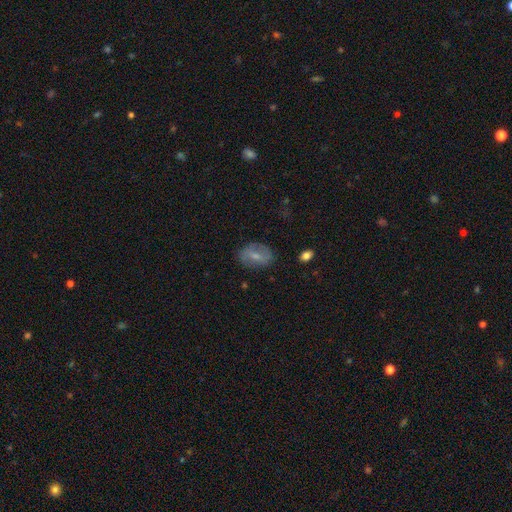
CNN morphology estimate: The model was most divided on "smooth or featured": smooth: 58%, featured or disk: 33%, star or artifact: 9%. More confident: how rounded — in between (80%); merging — none (77%).